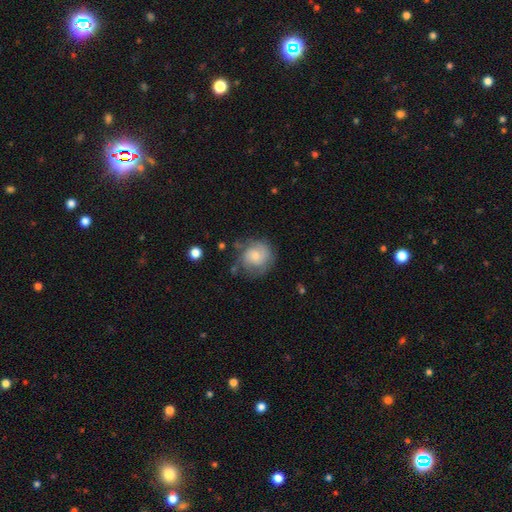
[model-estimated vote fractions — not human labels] Overall: smooth (50%; featured or disk 42%). How rounded: round (82%). Merging: none (57%; minor disturbance 26%).